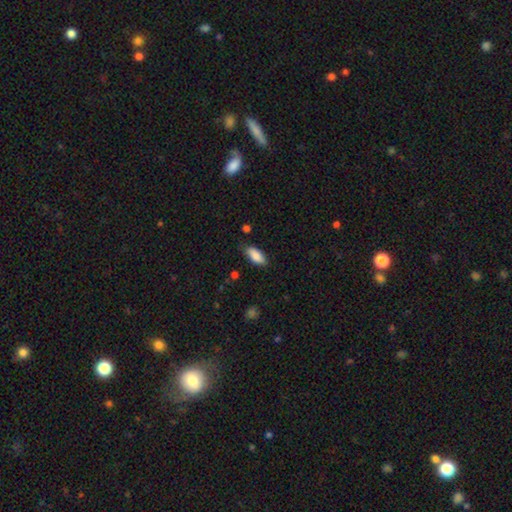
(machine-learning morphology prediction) smooth-or-featured: smooth: 86% | featured or disk: 7% | star or artifact: 6%
  how-rounded: in between: 84% | cigar-shaped: 14% | round: 2%
  merging: none: 81% | minor disturbance: 14% | major disturbance: 3% | merger: 1%